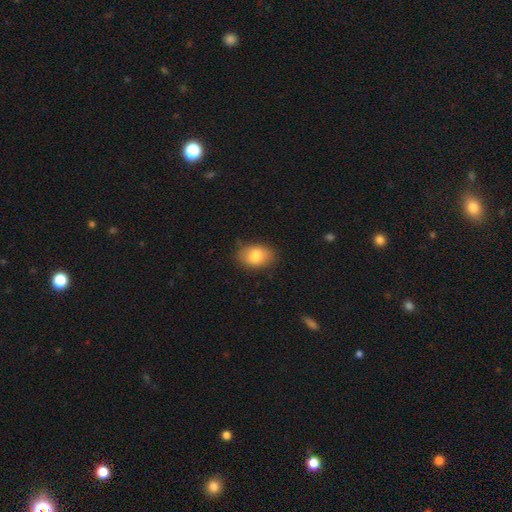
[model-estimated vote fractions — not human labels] smooth_or_featured: smooth (p=0.80) [alt: featured or disk p=0.12]
how_rounded: in between (p=0.82) [alt: round p=0.17]
merging: none (p=0.80) [alt: minor disturbance p=0.15]